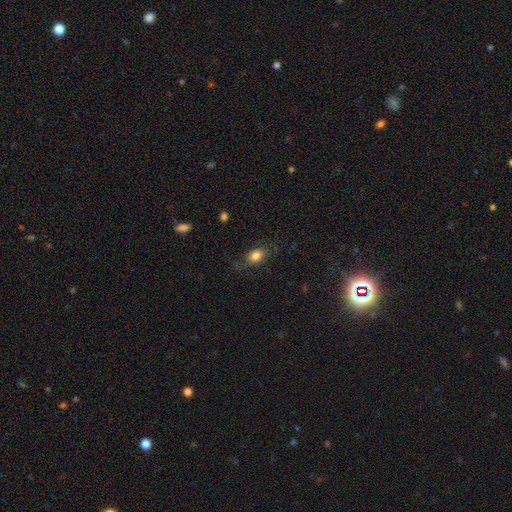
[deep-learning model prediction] Smooth or featured? Predicted: smooth (p=0.81). How rounded? Predicted: in between (p=0.80). Merging? Predicted: none (p=0.74).